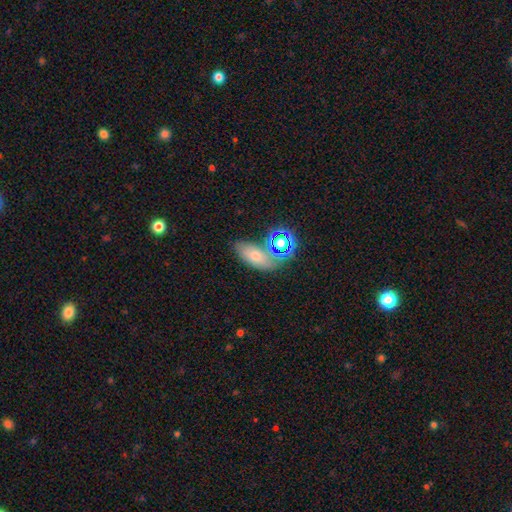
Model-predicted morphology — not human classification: A smooth galaxy with no disk features (56%) that is in between round and cigar-shaped (78%).

Vote fractions:
- Smooth or featured? smooth: 56% / star or artifact: 25% / featured or disk: 20%
- How rounded? in between: 78% / round: 13% / cigar-shaped: 9%
- Merging? none: 64% / minor disturbance: 15% / merger: 15% / major disturbance: 6%